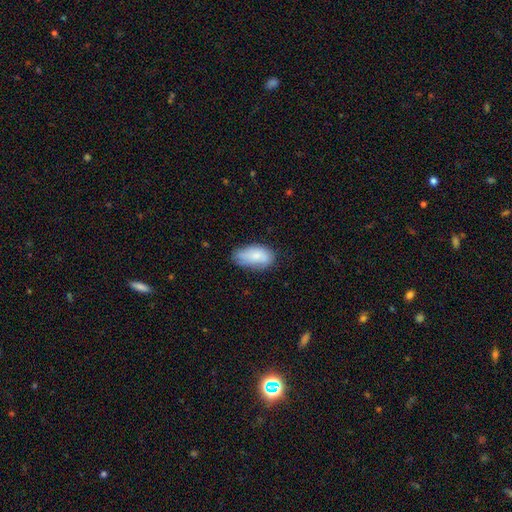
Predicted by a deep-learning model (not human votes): Smooth or featured: smooth — 81% (featured or disk — 13%)
How rounded: in between — 93% (round — 4%)
Merging: none — 62% (minor disturbance — 29%)